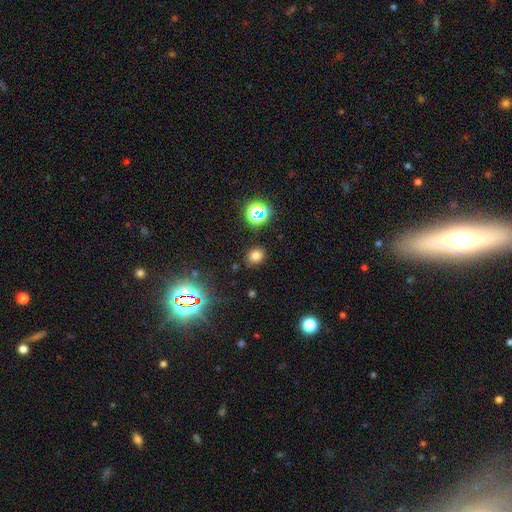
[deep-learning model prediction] Smooth or featured?
  - smooth: 73% *
  - star or artifact: 21%
  - featured or disk: 6%
How rounded?
  - round: 73% *
  - in between: 26%
  - cigar-shaped: 1%
Merging?
  - none: 84% *
  - minor disturbance: 10%
  - major disturbance: 3%
  - merger: 2%